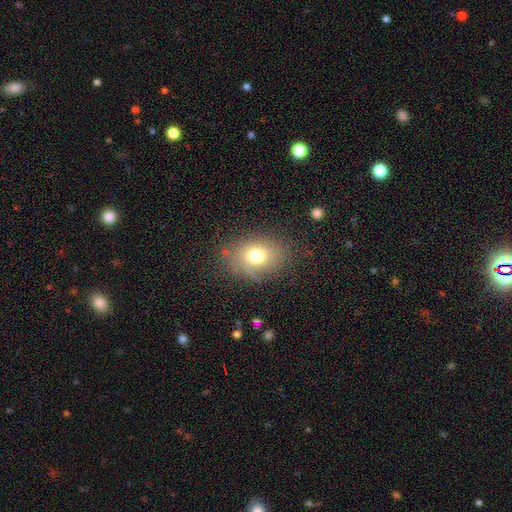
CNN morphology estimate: Smooth or featured: smooth — 70% (featured or disk — 16%)
How rounded: in between — 58% (round — 40%)
Merging: none — 71% (minor disturbance — 19%)